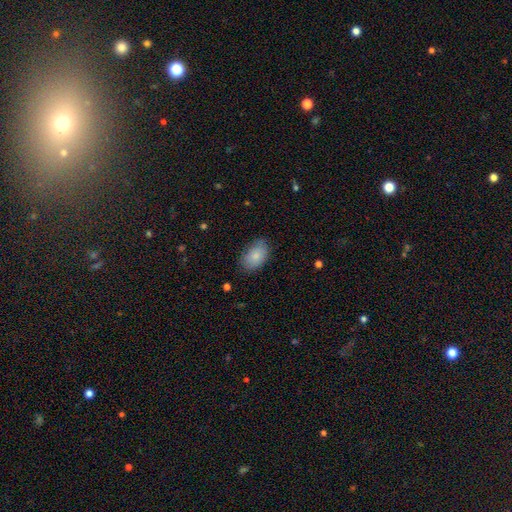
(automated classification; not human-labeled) Smooth or featured? smooth (83%)
How rounded? in between (90%)
Merging? none (76%)